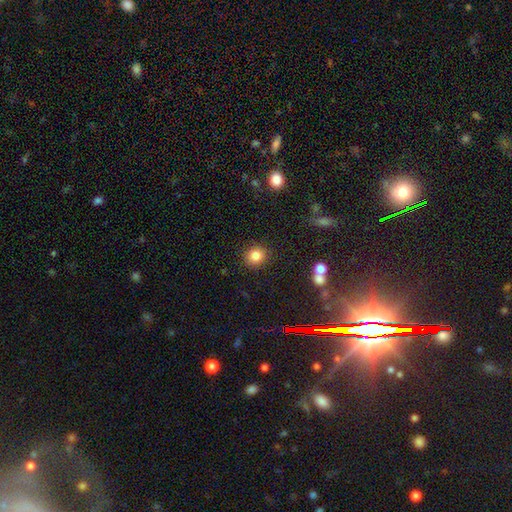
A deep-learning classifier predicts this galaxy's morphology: A smooth galaxy with no disk features (82%) that is round (81%).

Vote fractions:
- Smooth or featured? smooth: 82% / star or artifact: 11% / featured or disk: 6%
- How rounded? round: 81% / in between: 19% / cigar-shaped: 1%
- Merging? none: 88% / minor disturbance: 7% / major disturbance: 2% / merger: 2%